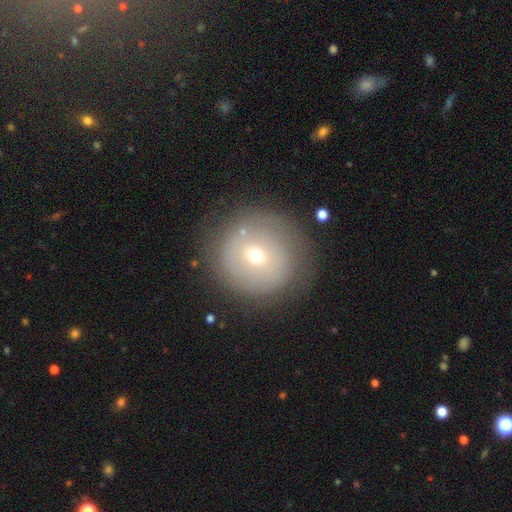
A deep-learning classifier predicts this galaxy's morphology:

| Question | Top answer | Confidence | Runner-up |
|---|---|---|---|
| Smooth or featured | smooth | 50% | featured or disk (39%) |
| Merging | none | 78% | minor disturbance (14%) |